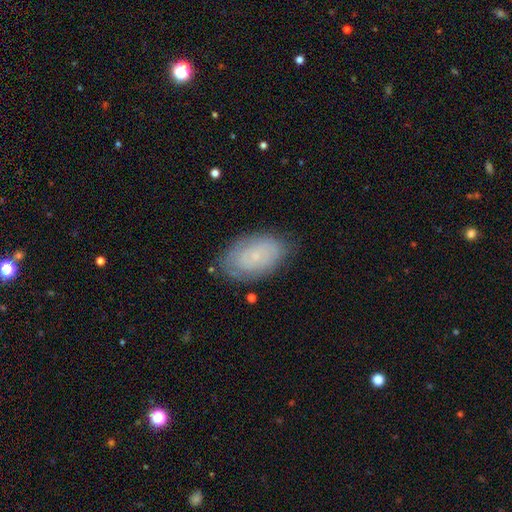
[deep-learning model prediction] Smooth or featured?
  - smooth: 48% *
  - featured or disk: 43%
  - star or artifact: 9%
Merging?
  - none: 76% *
  - minor disturbance: 17%
  - major disturbance: 5%
  - merger: 1%